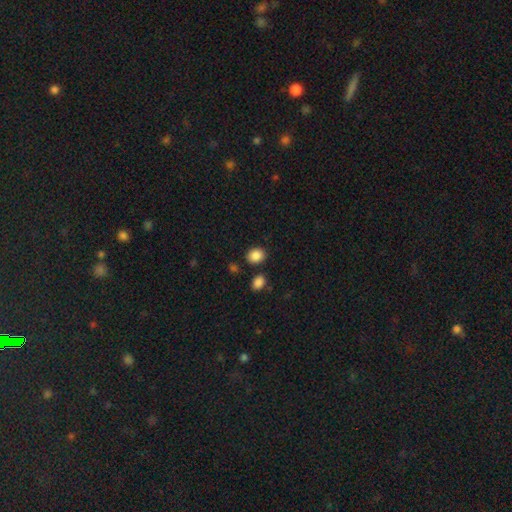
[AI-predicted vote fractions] Morphology: type=smooth (87%); roundness=round (59%); merging=none (82%).